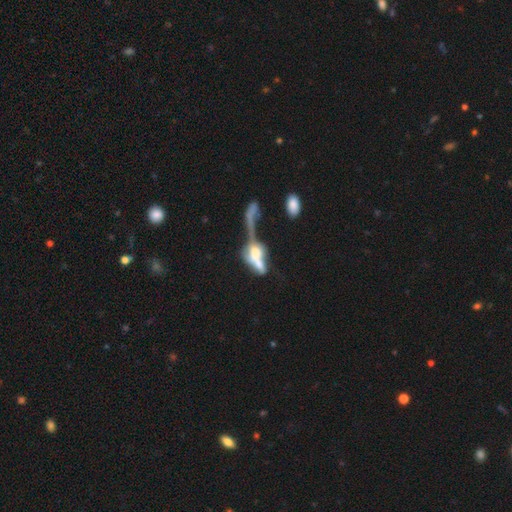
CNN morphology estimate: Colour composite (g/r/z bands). It shows a featured or disk galaxy (46%). Merging: merger (56%).